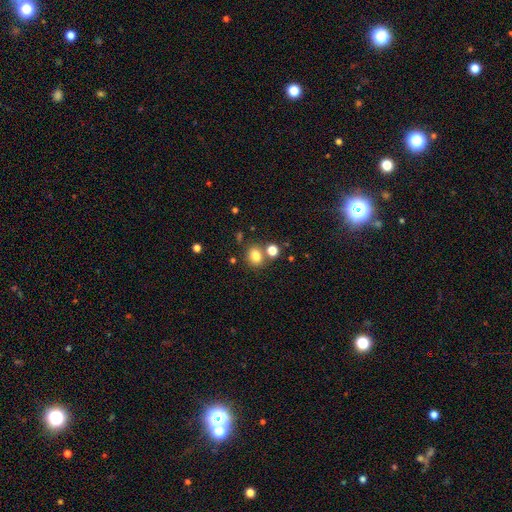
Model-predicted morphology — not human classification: smooth-or-featured: smooth: 81% | star or artifact: 13% | featured or disk: 6%
  how-rounded: round: 61% | in between: 38% | cigar-shaped: 1%
  merging: none: 68% | merger: 18% | minor disturbance: 10% | major disturbance: 4%